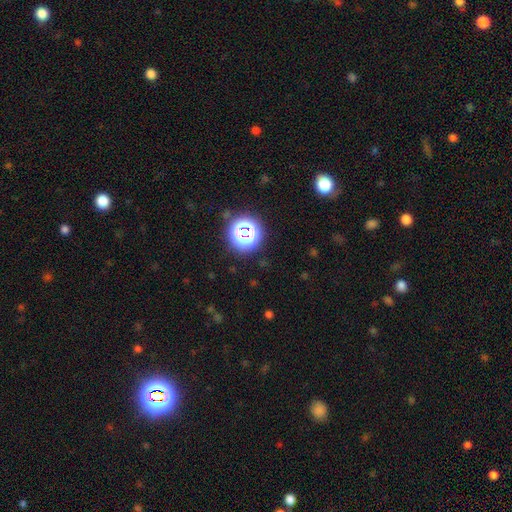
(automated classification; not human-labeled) Smooth or featured? star or artifact (73%)